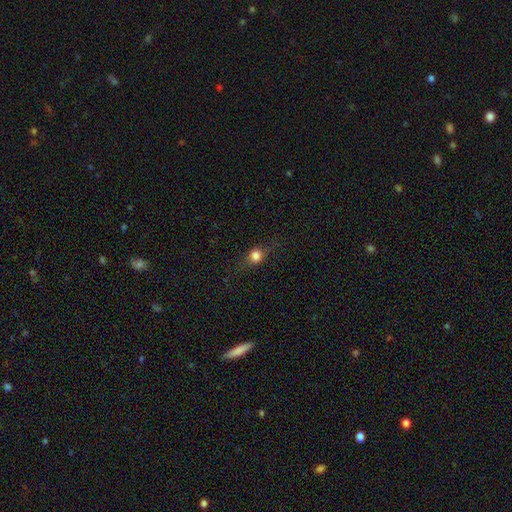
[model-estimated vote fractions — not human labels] A smooth galaxy with no disk features (68%) that is round (65%).

Vote fractions:
- Smooth or featured? smooth: 68% / featured or disk: 17% / star or artifact: 14%
- How rounded? round: 65% / in between: 29% / cigar-shaped: 6%
- Merging? none: 77% / minor disturbance: 15% / major disturbance: 6% / merger: 1%